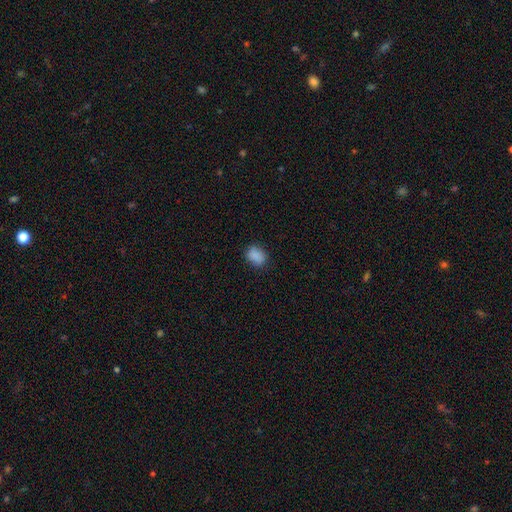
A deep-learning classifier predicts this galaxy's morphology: This appears to be a smooth galaxy with no disk features (87%) that is in between round and cigar-shaped (61%). Merging: none (80%).